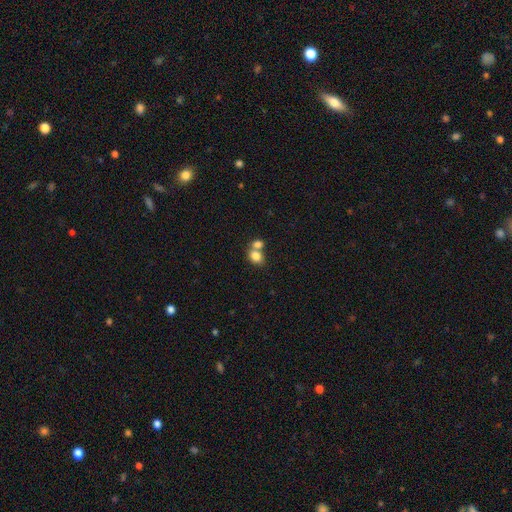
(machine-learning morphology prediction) This appears to be a smooth galaxy with no disk features (81%) that is in between round and cigar-shaped (54%). Merging: merger (55%).